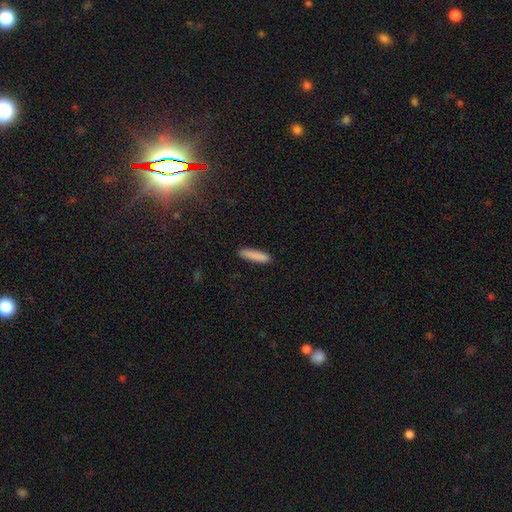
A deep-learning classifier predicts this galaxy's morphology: A smooth galaxy with no disk features (87%) that is cigar-shaped (84%). Merging: none (90%).